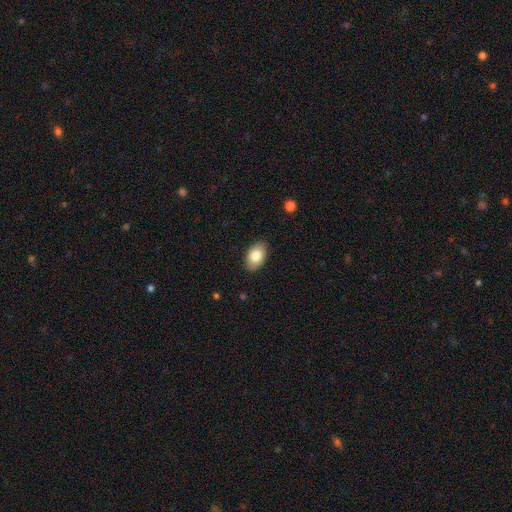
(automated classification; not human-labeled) This appears to be a smooth galaxy with no disk features (82%) that is in between round and cigar-shaped (91%). Merging: none (87%).